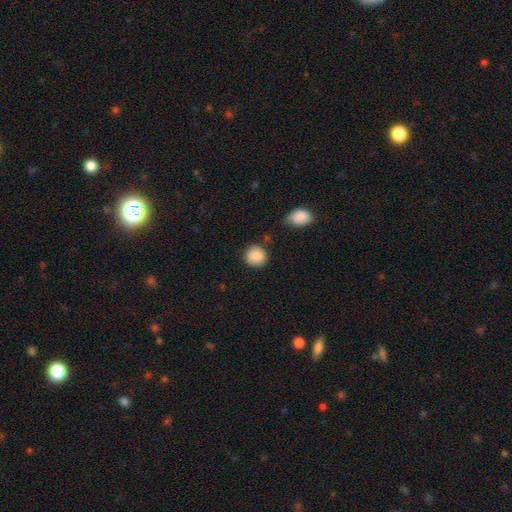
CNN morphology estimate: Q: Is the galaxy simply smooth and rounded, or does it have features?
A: smooth — 88%.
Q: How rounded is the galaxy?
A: round — 88%.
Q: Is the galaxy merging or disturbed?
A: none — 79%.